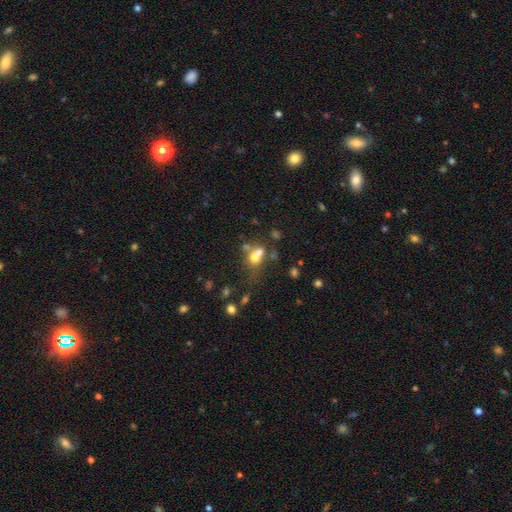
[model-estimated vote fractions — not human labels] smooth-or-featured: smooth: 64% | featured or disk: 20% | star or artifact: 15%
  how-rounded: round: 51% | in between: 47% | cigar-shaped: 2%
  merging: merger: 53% | none: 27% | minor disturbance: 11% | major disturbance: 9%